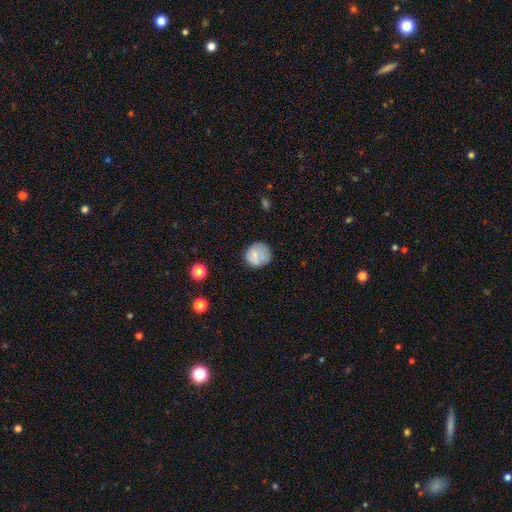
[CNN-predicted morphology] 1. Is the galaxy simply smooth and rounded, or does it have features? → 77% smooth, 13% featured or disk, 9% star or artifact.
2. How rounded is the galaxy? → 86% round, 13% in between, 1% cigar-shaped.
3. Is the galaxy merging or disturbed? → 72% none, 19% minor disturbance, 6% major disturbance, 3% merger.